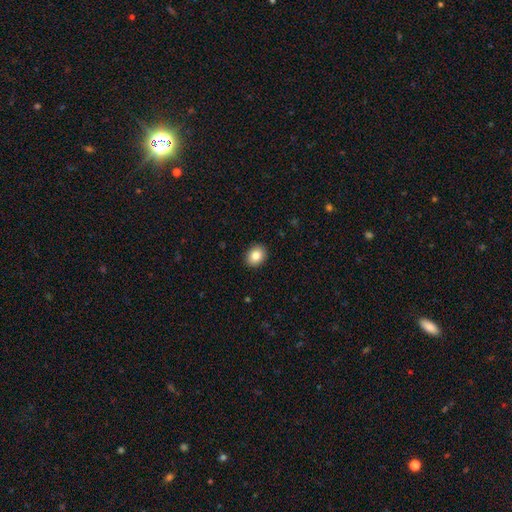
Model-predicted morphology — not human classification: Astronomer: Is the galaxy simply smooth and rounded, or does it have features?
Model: smooth — 84%.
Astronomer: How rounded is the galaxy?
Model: in between — 51% (runner-up: round, 48%).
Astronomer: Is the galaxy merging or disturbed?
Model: none — 91%.